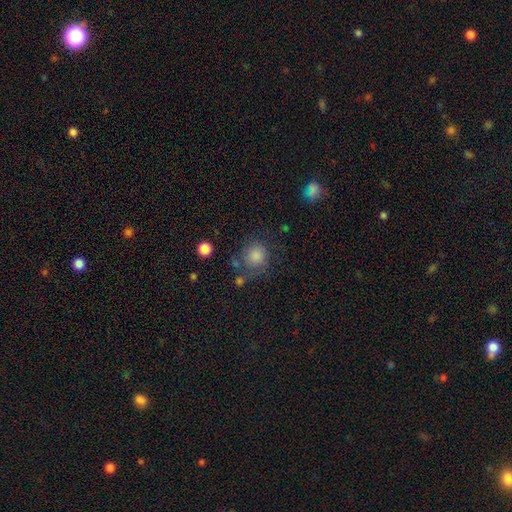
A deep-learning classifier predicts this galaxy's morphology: Smooth or featured: smooth — 73% (star or artifact — 14%)
How rounded: round — 86% (in between — 13%)
Merging: none — 63% (minor disturbance — 19%)